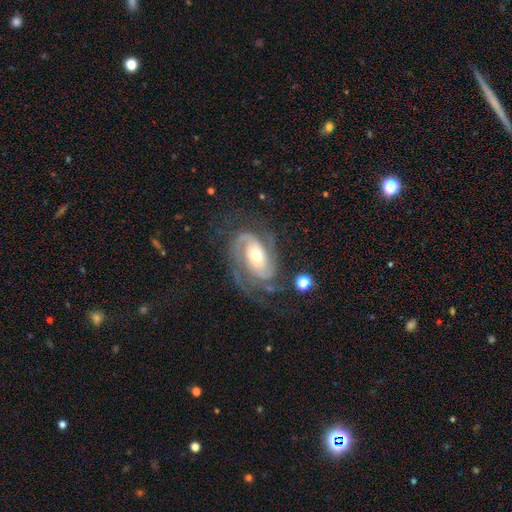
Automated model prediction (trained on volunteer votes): This appears to be a featured or disk galaxy (89%) with no bar (50%), 2 (71%) tight (48%) spiral arms (97%) and a moderate central bulge (66%). Merging: none (65%).